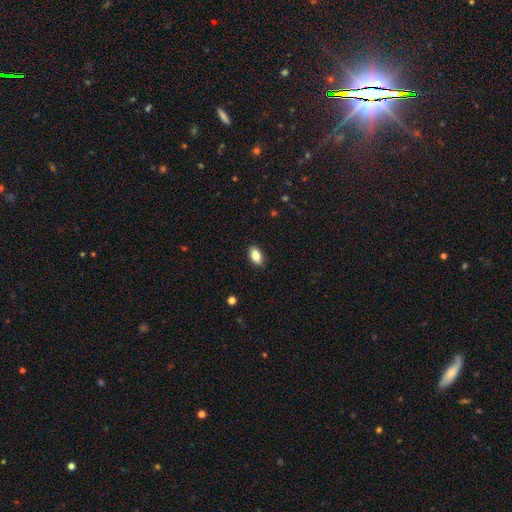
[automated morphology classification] smooth-or-featured: smooth: 85% | featured or disk: 8% | star or artifact: 7%
  how-rounded: in between: 91% | round: 6% | cigar-shaped: 3%
  merging: none: 89% | minor disturbance: 8% | major disturbance: 2% | merger: 1%